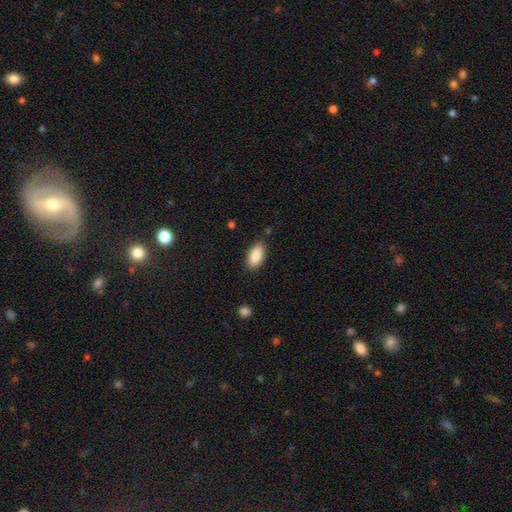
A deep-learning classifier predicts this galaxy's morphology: Smooth or featured: smooth — 88% (star or artifact — 7%)
How rounded: in between — 93% (cigar-shaped — 5%)
Merging: none — 85% (minor disturbance — 11%)